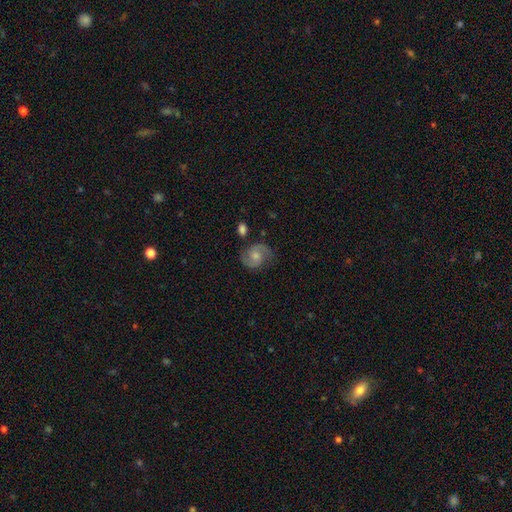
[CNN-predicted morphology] Smooth or featured? Predicted: featured or disk (p=0.78). Edge-on disk? Predicted: no (p=0.98). Bar? Predicted: no (p=0.57). Spiral arms? Predicted: yes (p=0.96). Spiral winding? Predicted: medium (p=0.56). Spiral arm count? Predicted: 2 (p=0.92). Bulge size? Predicted: moderate (p=0.49). Merging? Predicted: none (p=0.78).